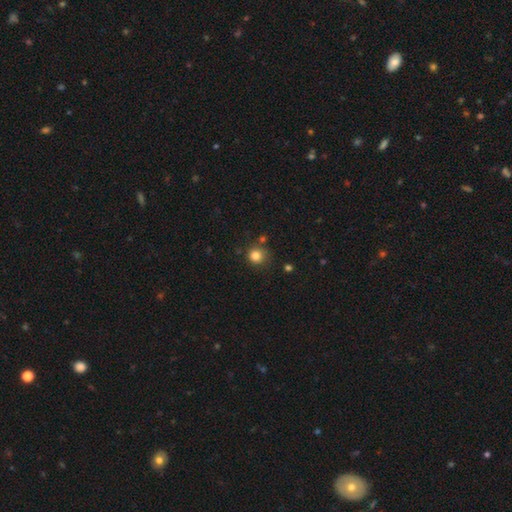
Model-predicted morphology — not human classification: A smooth galaxy with no disk features (81%) that is round (91%). Merging: none (76%).